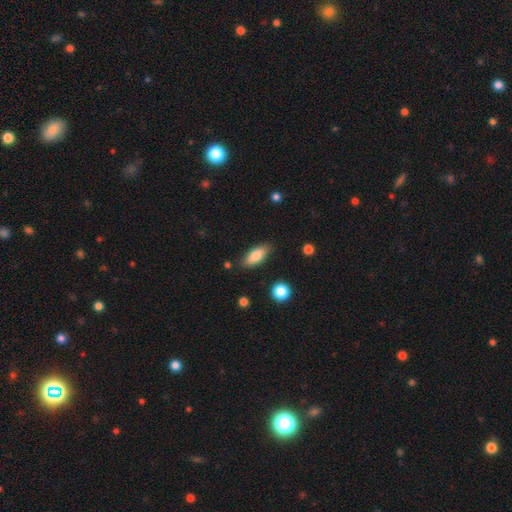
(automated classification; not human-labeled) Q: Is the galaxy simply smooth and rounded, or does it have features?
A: smooth — 78%.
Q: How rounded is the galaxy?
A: in between — 80%.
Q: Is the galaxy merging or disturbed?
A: none — 83%.